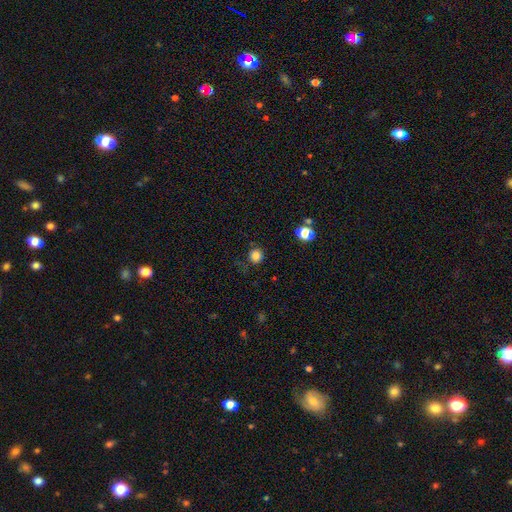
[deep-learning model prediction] A smooth galaxy with no disk features (83%) that is round (92%). Merging: none (81%).